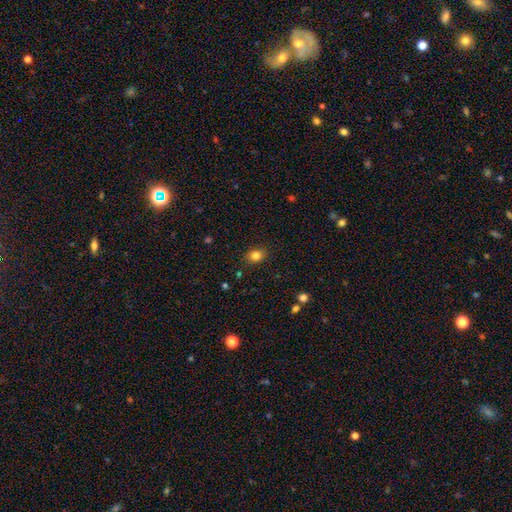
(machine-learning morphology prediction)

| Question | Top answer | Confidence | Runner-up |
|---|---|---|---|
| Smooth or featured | smooth | 82% | star or artifact (11%) |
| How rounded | in between | 50% | round (49%) |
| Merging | none | 87% | minor disturbance (9%) |